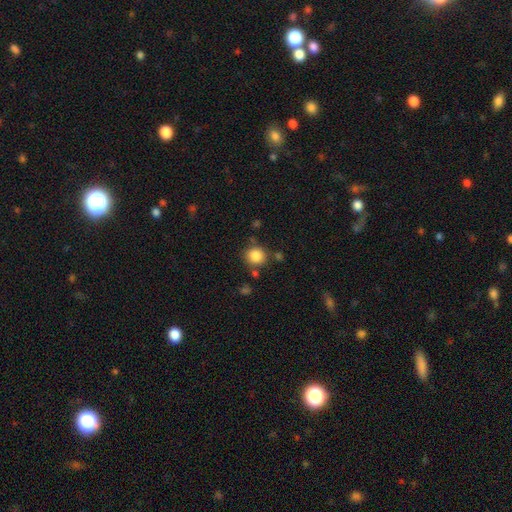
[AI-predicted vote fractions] Morphology: type=smooth (85%); roundness=round (87%); merging=none (78%).